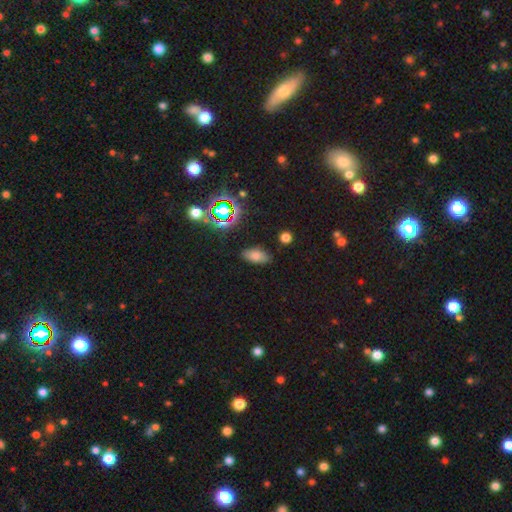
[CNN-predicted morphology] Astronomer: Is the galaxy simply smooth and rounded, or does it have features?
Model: smooth — 73%.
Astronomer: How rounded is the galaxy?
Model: in between — 88%.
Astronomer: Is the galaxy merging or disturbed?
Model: none — 83%.